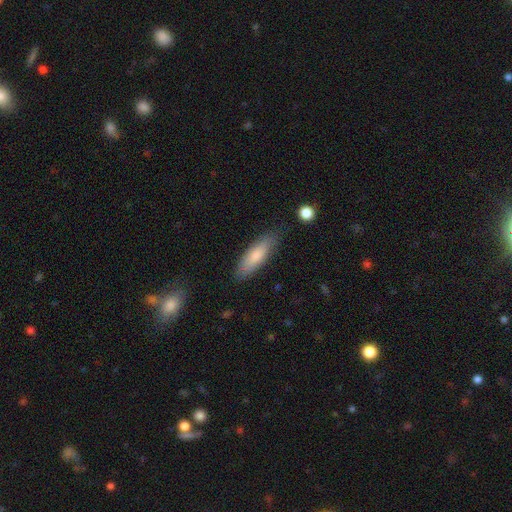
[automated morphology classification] smooth-or-featured: smooth: 80% | featured or disk: 15% | star or artifact: 6%
  how-rounded: cigar-shaped: 51% | in between: 48% | round: 2%
  merging: none: 82% | minor disturbance: 14% | major disturbance: 3% | merger: 2%